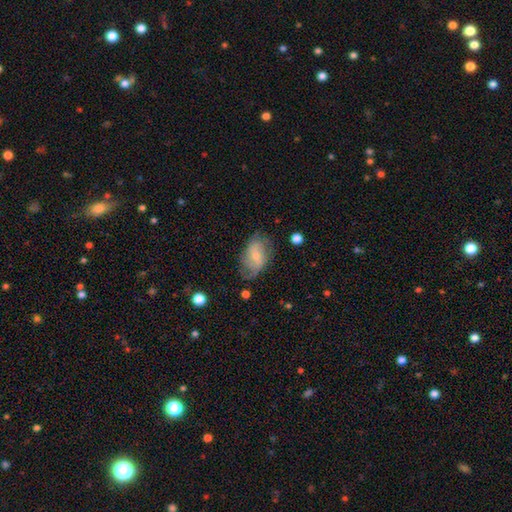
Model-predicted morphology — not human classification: A featured or disk galaxy (53%) with a weak bar (48%), spiral arms (78%) and a small central bulge (53%). Merging: none (59%).